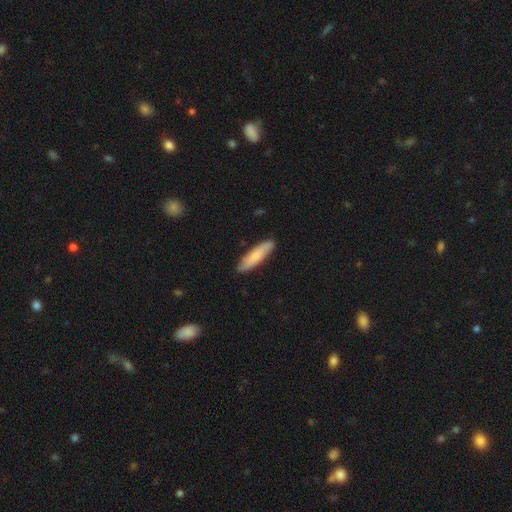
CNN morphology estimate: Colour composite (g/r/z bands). It shows a smooth galaxy with no disk features (71%) that is cigar-shaped (70%). Merging: none (85%).